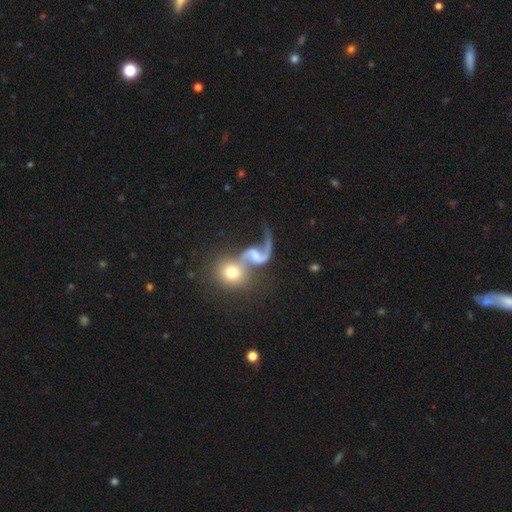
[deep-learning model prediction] Smooth or featured: featured or disk — 83% (smooth — 10%)
Edge-on disk: no — 97% (yes — 3%)
Bar: weak — 44% (no — 35%)
Spiral arms: yes — 94% (no — 6%)
Spiral winding: loose — 82% (medium — 15%)
Spiral arm count: 2 — 84% (1 — 11%)
Bulge size: small — 41% (moderate — 34%)
Merging: merger — 41% (none — 34%)